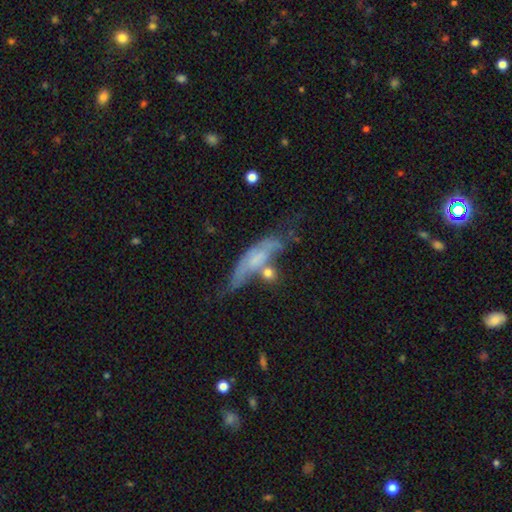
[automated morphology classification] This is possibly a featured or disk galaxy (50%). It is possibly not viewed edge-on (54%). Merging: marginally none (33%).